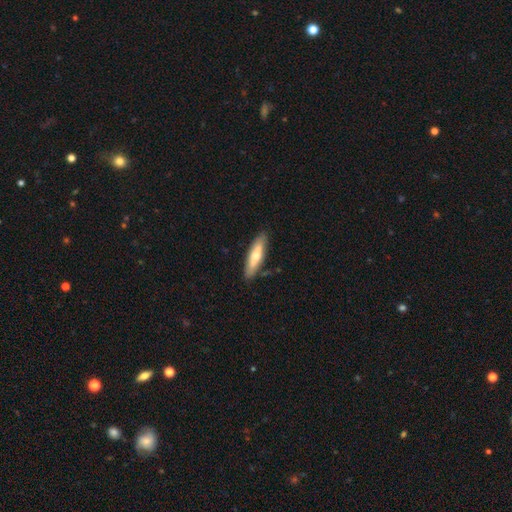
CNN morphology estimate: Smooth or featured? Predicted: smooth (p=0.63). How rounded? Predicted: cigar-shaped (p=0.68). Merging? Predicted: none (p=0.84).